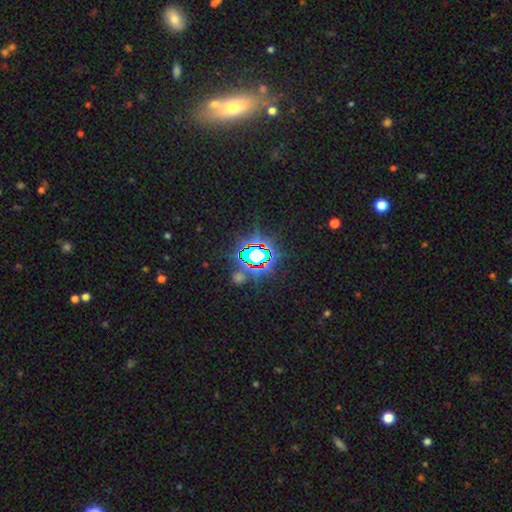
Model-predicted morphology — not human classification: type=star or artifact (76%).